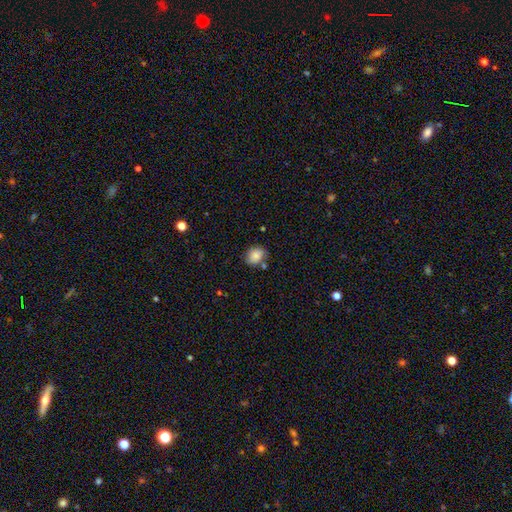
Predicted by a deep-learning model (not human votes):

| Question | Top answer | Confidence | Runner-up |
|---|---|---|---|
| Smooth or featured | smooth | 79% | featured or disk (13%) |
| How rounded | round | 50% | in between (49%) |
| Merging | none | 68% | minor disturbance (19%) |